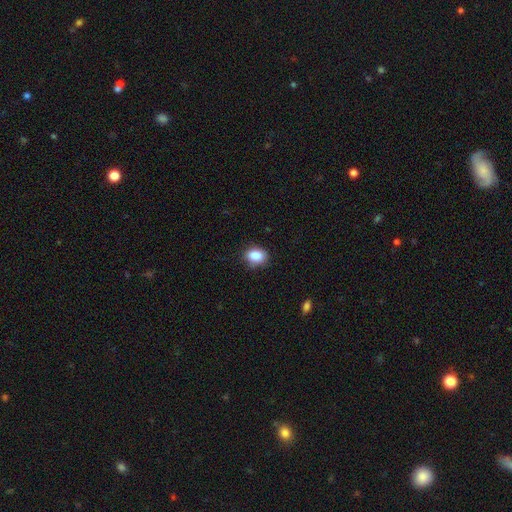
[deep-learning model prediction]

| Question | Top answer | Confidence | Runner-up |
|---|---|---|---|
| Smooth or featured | smooth | 87% | star or artifact (9%) |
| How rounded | in between | 68% | round (30%) |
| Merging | none | 79% | minor disturbance (16%) |